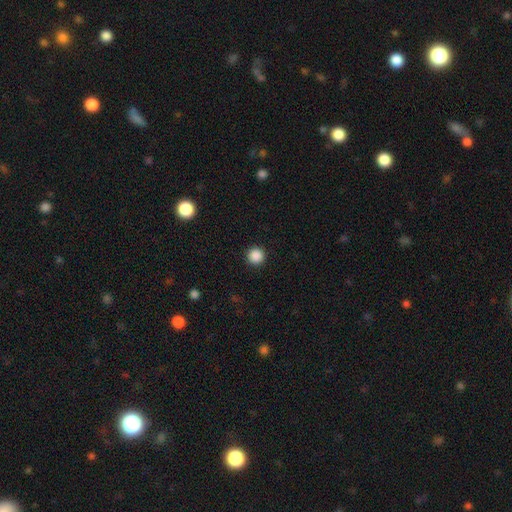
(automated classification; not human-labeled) Overall: smooth (87%). How rounded: round (96%). Merging: none (93%).